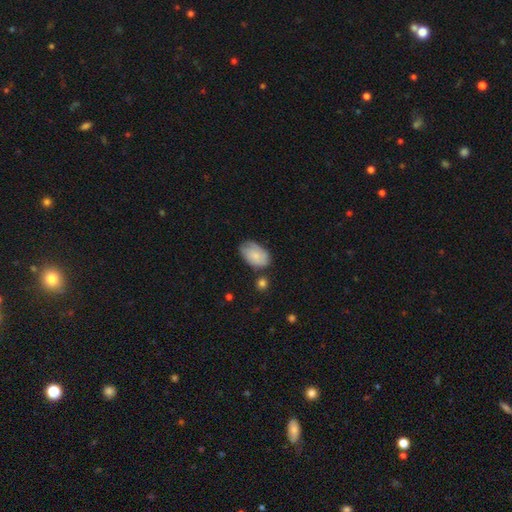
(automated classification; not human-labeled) This is likely a smooth galaxy (69%). How rounded: clearly in between (92%). Merging: likely none (63%).